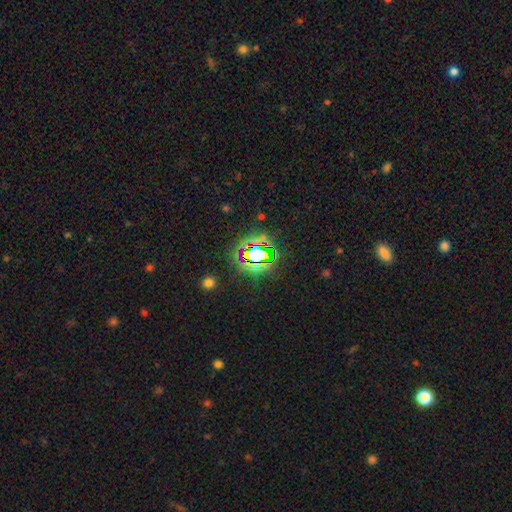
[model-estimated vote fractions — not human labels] Q: Smooth or featured?
A: star or artifact (71%); runner-up: smooth (18%)